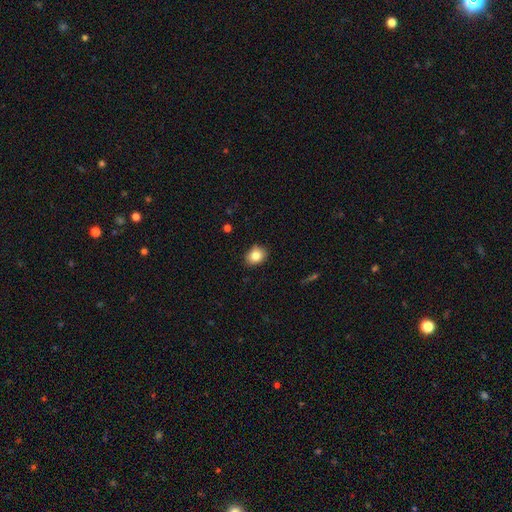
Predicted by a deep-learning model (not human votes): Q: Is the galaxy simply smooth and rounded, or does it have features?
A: smooth — 84%.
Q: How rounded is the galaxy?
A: in between — 55%.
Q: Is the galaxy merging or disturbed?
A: none — 88%.